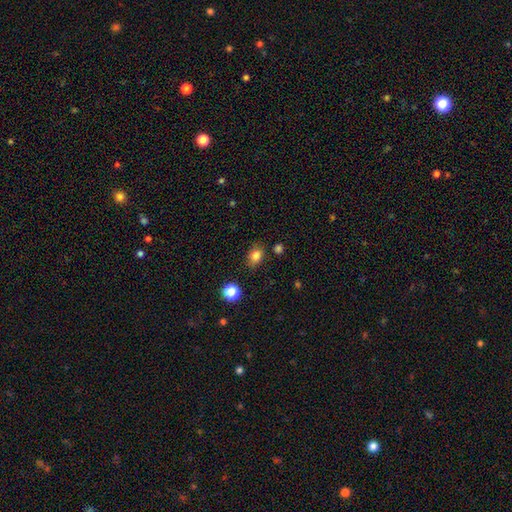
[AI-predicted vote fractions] Smooth or featured: smooth — 81% (star or artifact — 12%)
How rounded: in between — 62% (round — 37%)
Merging: none — 81% (minor disturbance — 13%)